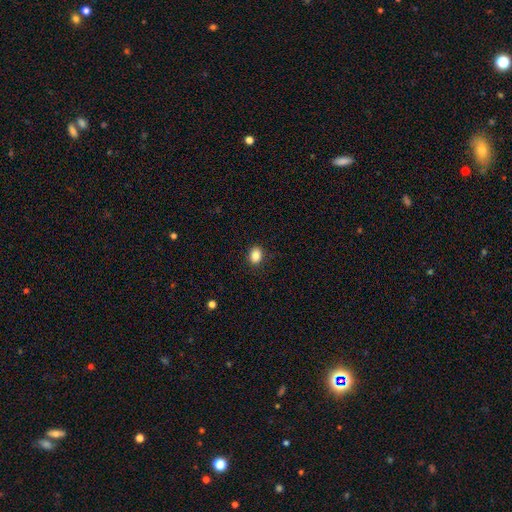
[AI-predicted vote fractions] Smooth or featured: smooth — 84% (star or artifact — 10%)
How rounded: in between — 62% (round — 37%)
Merging: none — 88% (minor disturbance — 9%)